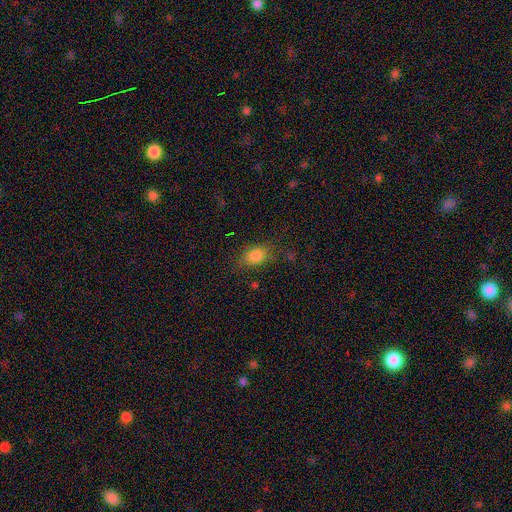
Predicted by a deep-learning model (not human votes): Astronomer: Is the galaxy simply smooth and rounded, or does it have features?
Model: smooth — 81%.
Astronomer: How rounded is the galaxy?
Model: in between — 68%.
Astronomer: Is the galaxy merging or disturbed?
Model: none — 70%.